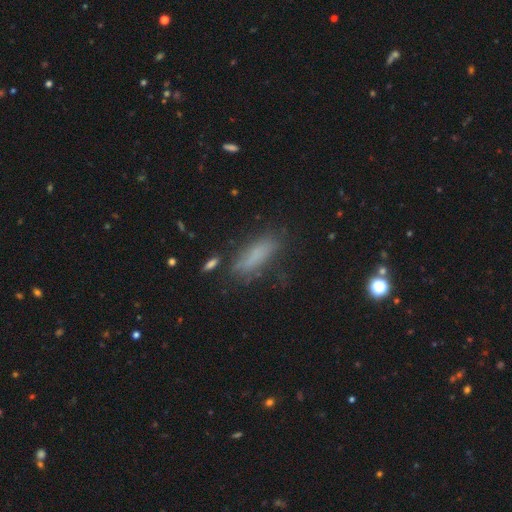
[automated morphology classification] Smooth or featured? Predicted: smooth (p=0.71). How rounded? Predicted: in between (p=0.49, tied with cigar-shaped). Merging? Predicted: none (p=0.65).